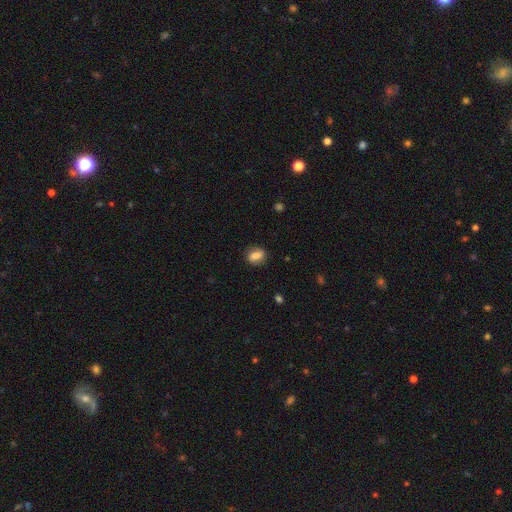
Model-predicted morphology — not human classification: A smooth galaxy with no disk features (77%) that is in between round and cigar-shaped (64%).

Vote fractions:
- Smooth or featured? smooth: 77% / featured or disk: 14% / star or artifact: 9%
- How rounded? in between: 64% / round: 32% / cigar-shaped: 4%
- Merging? none: 83% / minor disturbance: 12% / major disturbance: 3% / merger: 1%